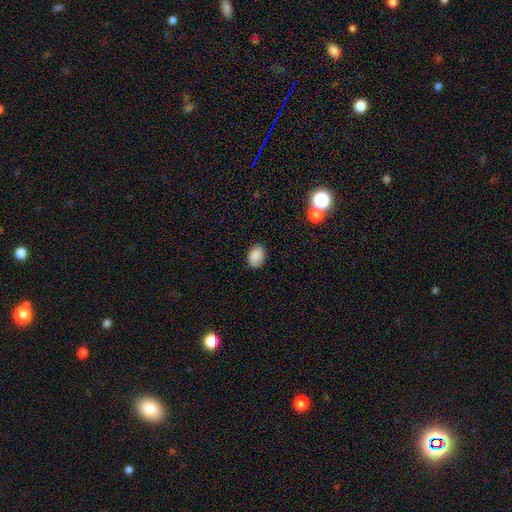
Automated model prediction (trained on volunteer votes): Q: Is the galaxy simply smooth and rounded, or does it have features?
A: smooth — 88%.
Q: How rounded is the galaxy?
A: in between — 79%.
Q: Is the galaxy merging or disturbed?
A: none — 85%.